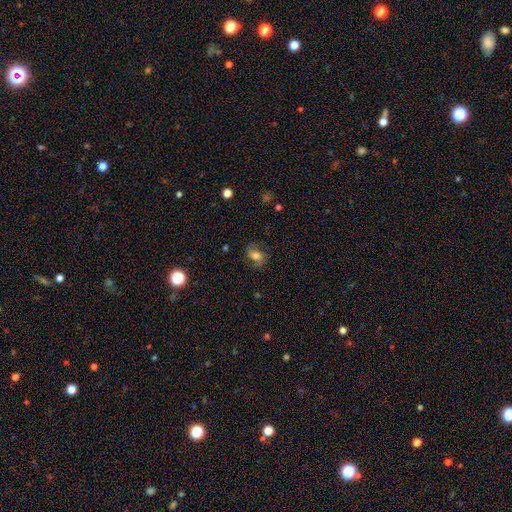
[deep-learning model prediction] Smooth or featured: smooth — 55% (featured or disk — 33%)
How rounded: in between — 58% (round — 41%)
Merging: none — 75% (minor disturbance — 17%)